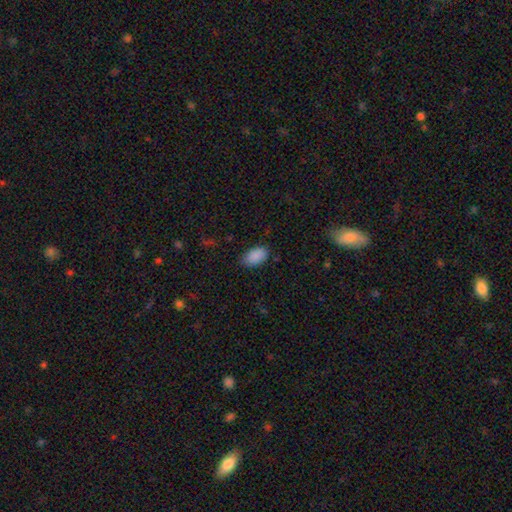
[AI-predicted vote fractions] A smooth galaxy with no disk features (89%) that is in between round and cigar-shaped (93%). Merging: none (81%).